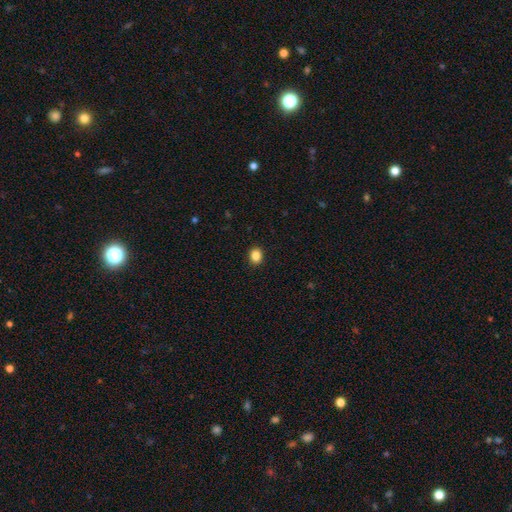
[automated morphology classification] Q: Smooth or featured?
A: smooth (86%); runner-up: star or artifact (10%)
Q: How rounded?
A: round (59%); runner-up: in between (40%)
Q: Merging?
A: none (91%); runner-up: minor disturbance (6%)